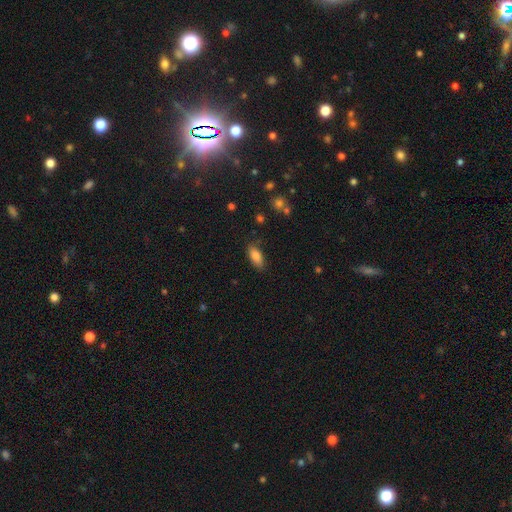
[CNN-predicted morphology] Smooth or featured: smooth — 84% (featured or disk — 8%)
How rounded: in between — 83% (cigar-shaped — 15%)
Merging: none — 81% (minor disturbance — 14%)